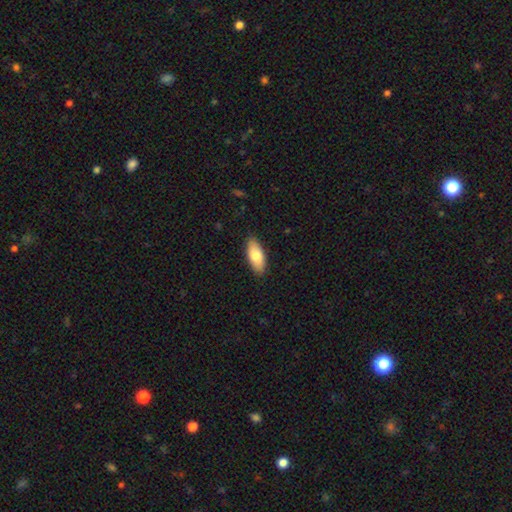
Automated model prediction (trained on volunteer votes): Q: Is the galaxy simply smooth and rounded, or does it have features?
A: smooth — 78%.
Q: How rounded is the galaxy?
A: in between — 84%.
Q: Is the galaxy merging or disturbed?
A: none — 88%.